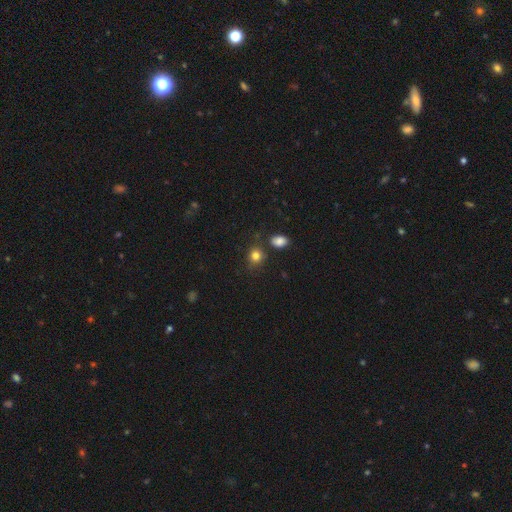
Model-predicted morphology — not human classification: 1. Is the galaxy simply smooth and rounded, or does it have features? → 82% smooth, 12% star or artifact, 6% featured or disk.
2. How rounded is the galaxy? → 71% round, 28% in between, 1% cigar-shaped.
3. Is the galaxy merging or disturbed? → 74% none, 13% minor disturbance, 9% merger, 4% major disturbance.